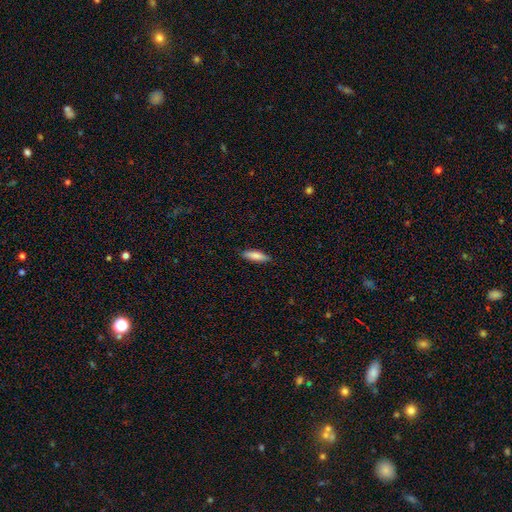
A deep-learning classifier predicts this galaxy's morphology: A smooth galaxy with no disk features (83%) that is cigar-shaped (56%).

Vote fractions:
- Smooth or featured? smooth: 83% / featured or disk: 11% / star or artifact: 6%
- How rounded? cigar-shaped: 56% / in between: 42% / round: 2%
- Merging? none: 89% / minor disturbance: 9% / major disturbance: 2% / merger: 1%